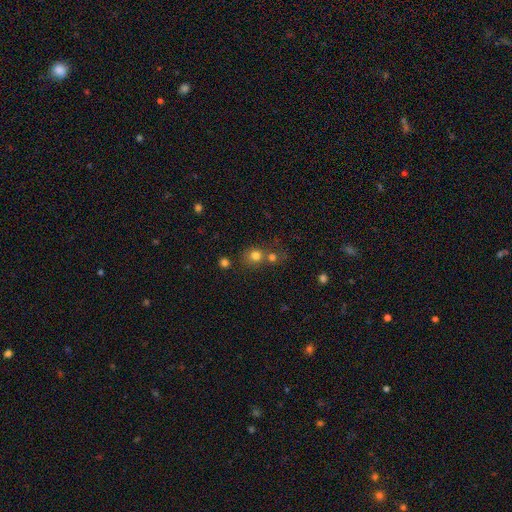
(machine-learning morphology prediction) smooth-or-featured: smooth: 75% | star or artifact: 16% | featured or disk: 9%
  how-rounded: round: 83% | in between: 16% | cigar-shaped: 1%
  merging: none: 52% | merger: 37% | minor disturbance: 8% | major disturbance: 4%